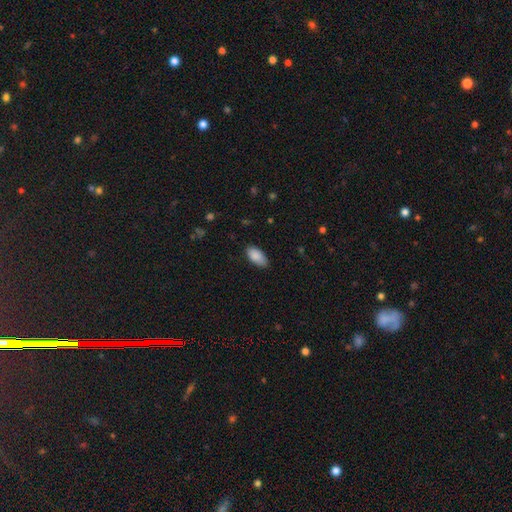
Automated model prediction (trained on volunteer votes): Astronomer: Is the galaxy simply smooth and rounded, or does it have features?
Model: smooth — 89%.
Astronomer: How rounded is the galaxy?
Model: in between — 94%.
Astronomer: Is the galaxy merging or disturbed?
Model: none — 80%.